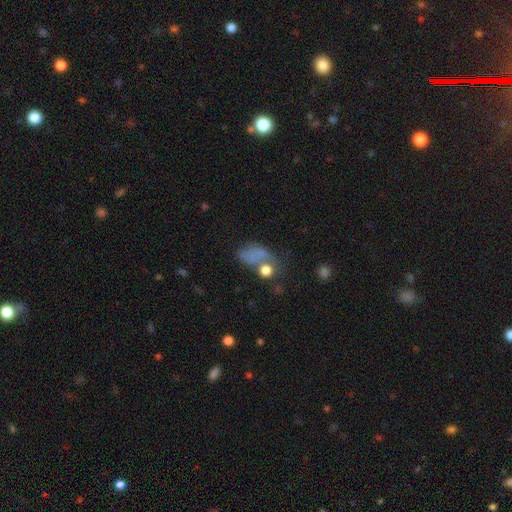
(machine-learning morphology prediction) A smooth galaxy with no disk features (61%) that is in between round and cigar-shaped (74%).

Vote fractions:
- Smooth or featured? smooth: 61% / star or artifact: 19% / featured or disk: 19%
- How rounded? in between: 74% / round: 24% / cigar-shaped: 3%
- Merging? none: 32% / major disturbance: 26% / merger: 22% / minor disturbance: 20%